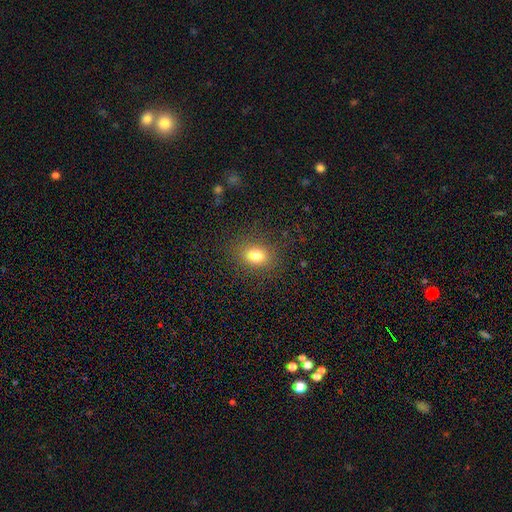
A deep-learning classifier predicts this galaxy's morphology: This appears to be a smooth galaxy with no disk features (79%) that is in between round and cigar-shaped (65%). Merging: none (85%).